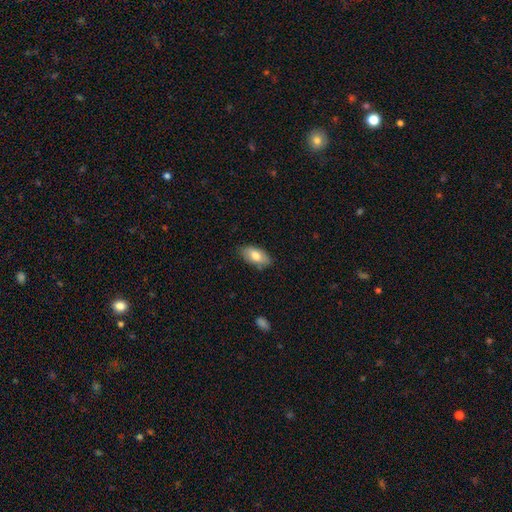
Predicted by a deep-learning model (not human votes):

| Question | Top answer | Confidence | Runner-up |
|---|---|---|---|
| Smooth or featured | smooth | 77% | featured or disk (16%) |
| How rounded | in between | 93% | cigar-shaped (4%) |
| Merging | none | 81% | minor disturbance (15%) |